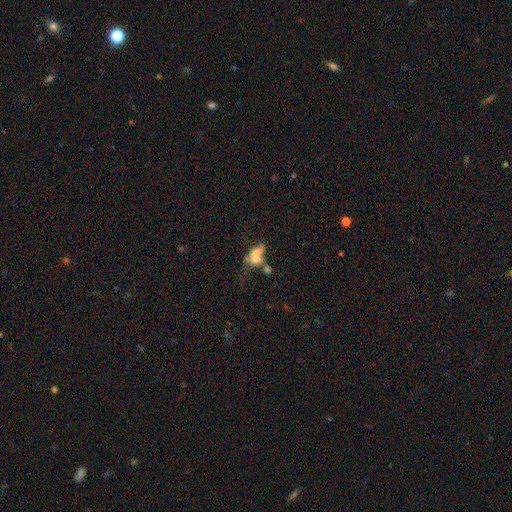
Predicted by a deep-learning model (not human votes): Smooth or featured? smooth (54%)
How rounded? in between (81%)
Merging? merger (51%)